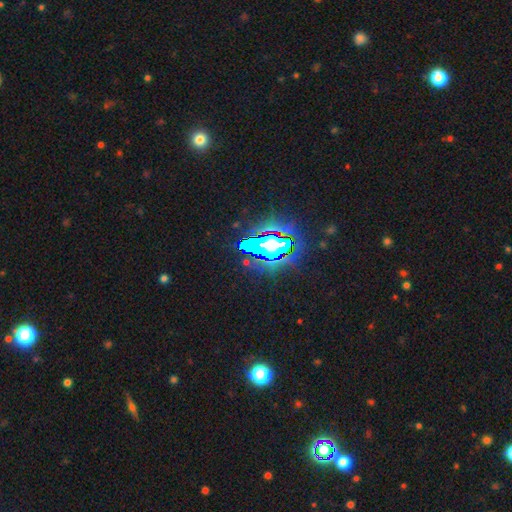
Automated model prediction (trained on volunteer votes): smooth-or-featured: star or artifact: 69% | featured or disk: 16% | smooth: 16%